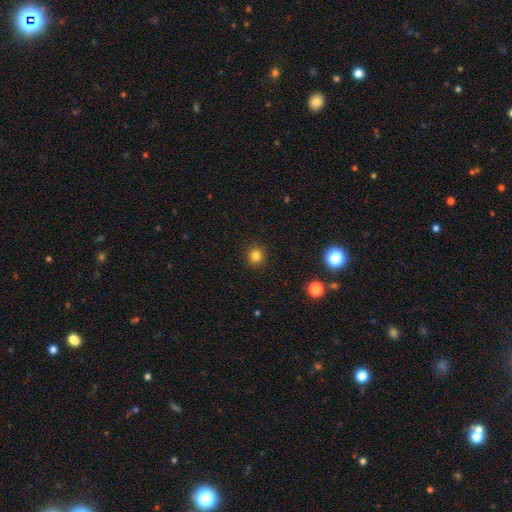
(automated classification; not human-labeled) Smooth or featured? Predicted: smooth (p=0.82). How rounded? Predicted: round (p=0.92). Merging? Predicted: none (p=0.92).